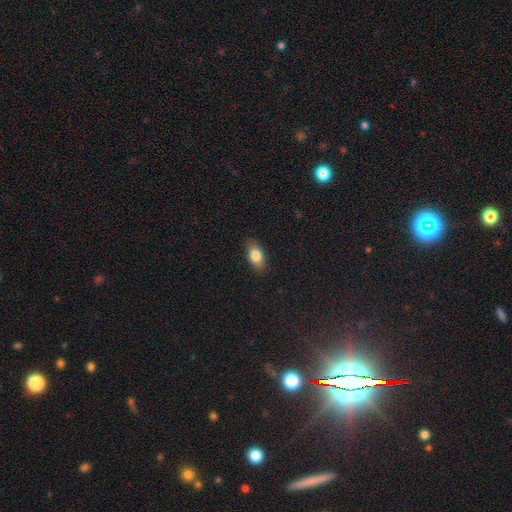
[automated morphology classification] Q: Smooth or featured?
A: smooth (81%); runner-up: featured or disk (11%)
Q: How rounded?
A: in between (86%); runner-up: cigar-shaped (7%)
Q: Merging?
A: none (86%); runner-up: minor disturbance (11%)